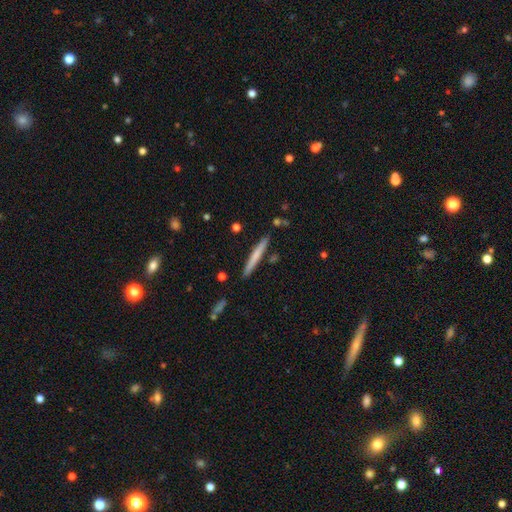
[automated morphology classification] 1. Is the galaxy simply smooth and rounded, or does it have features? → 61% smooth, 34% featured or disk, 6% star or artifact.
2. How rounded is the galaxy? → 96% cigar-shaped, 2% in between, 1% round.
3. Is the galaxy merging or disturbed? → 89% none, 7% minor disturbance, 2% merger, 1% major disturbance.